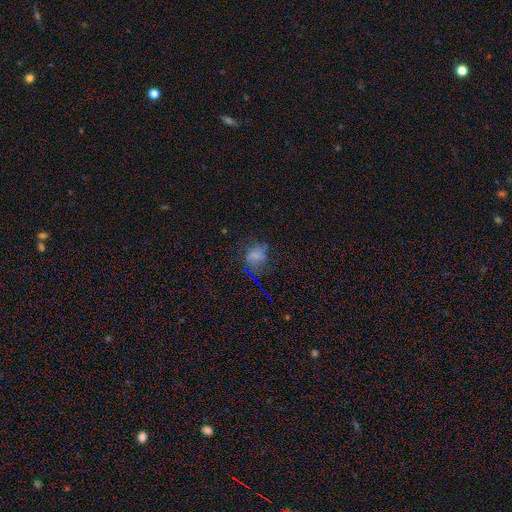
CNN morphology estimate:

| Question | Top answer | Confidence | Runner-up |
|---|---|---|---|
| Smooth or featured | smooth | 45% | star or artifact (33%) |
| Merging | none | 57% | minor disturbance (22%) |